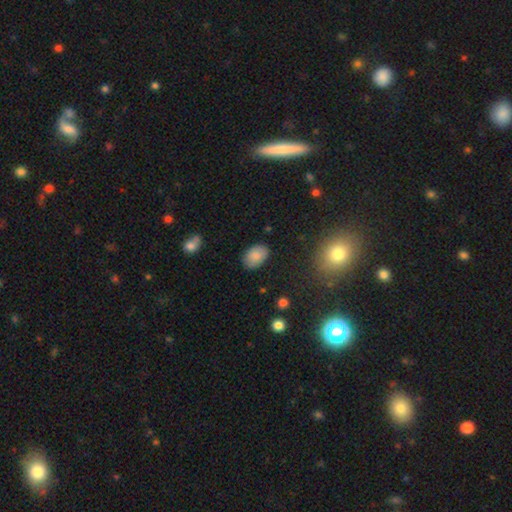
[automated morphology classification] Overall: smooth (86%). How rounded: in between (89%). Merging: none (84%).